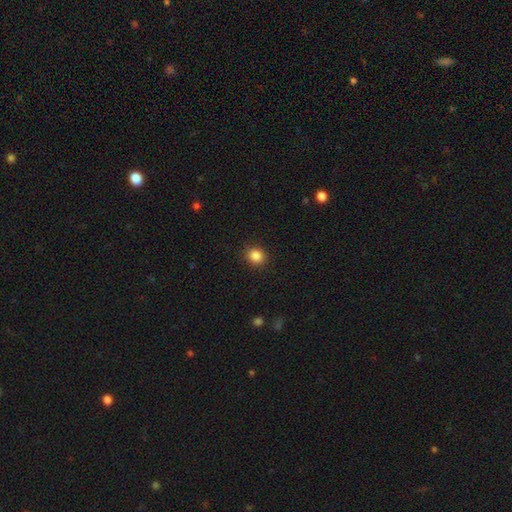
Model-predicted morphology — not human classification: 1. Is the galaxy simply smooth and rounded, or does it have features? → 86% smooth, 10% star or artifact, 4% featured or disk.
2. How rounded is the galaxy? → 75% round, 24% in between, 1% cigar-shaped.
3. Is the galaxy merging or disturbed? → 89% none, 7% minor disturbance, 2% major disturbance, 1% merger.